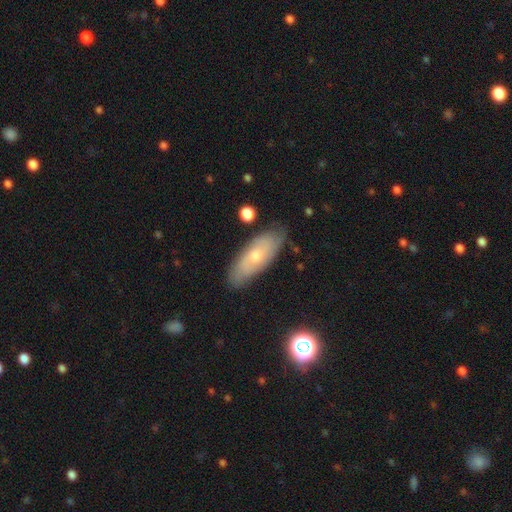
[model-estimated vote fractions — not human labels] Smooth or featured: smooth — 52% (featured or disk — 40%)
How rounded: in between — 69% (cigar-shaped — 29%)
Merging: none — 78% (minor disturbance — 17%)